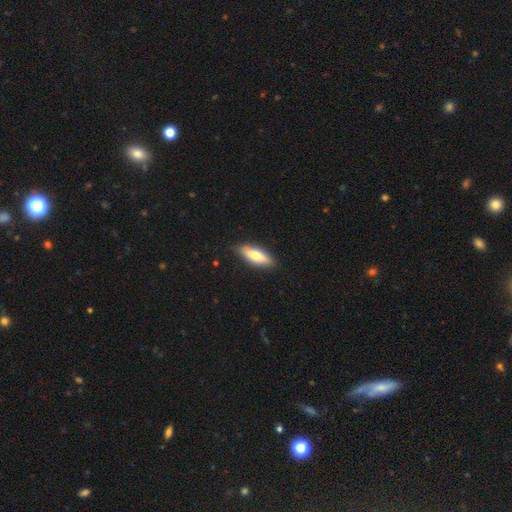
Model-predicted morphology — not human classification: smooth-or-featured: smooth: 68% | featured or disk: 26% | star or artifact: 6%
  how-rounded: in between: 61% | cigar-shaped: 37% | round: 2%
  merging: none: 86% | minor disturbance: 11% | major disturbance: 2% | merger: 1%